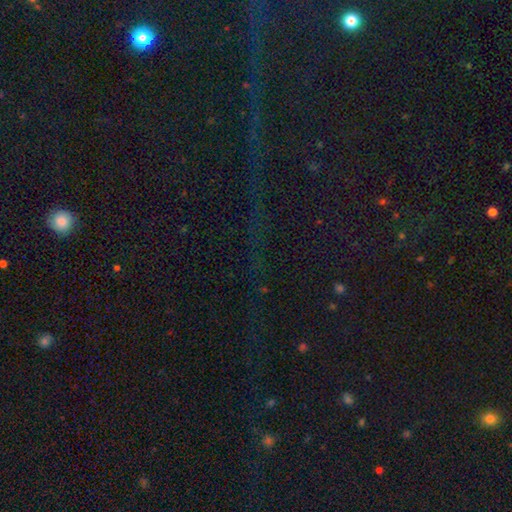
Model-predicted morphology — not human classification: star or artifact 81%, smooth 11%, featured or disk 8%.